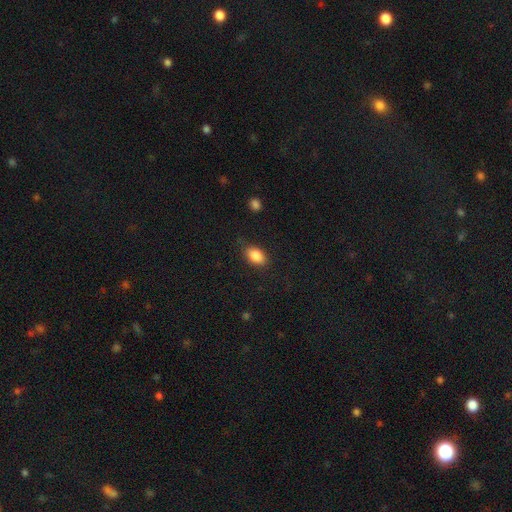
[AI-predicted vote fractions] Smooth or featured?
  - smooth: 87% *
  - star or artifact: 8%
  - featured or disk: 5%
How rounded?
  - in between: 89% *
  - round: 9%
  - cigar-shaped: 2%
Merging?
  - none: 82% *
  - minor disturbance: 13%
  - major disturbance: 3%
  - merger: 1%